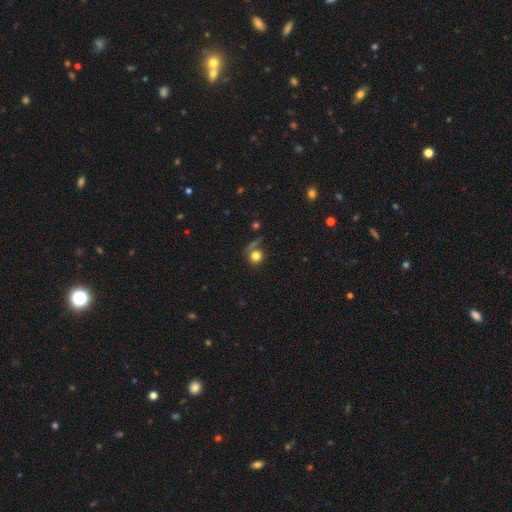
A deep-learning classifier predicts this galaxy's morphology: Q: Smooth or featured?
A: smooth (77%); runner-up: star or artifact (13%)
Q: How rounded?
A: round (88%); runner-up: in between (11%)
Q: Merging?
A: none (63%); runner-up: merger (13%)